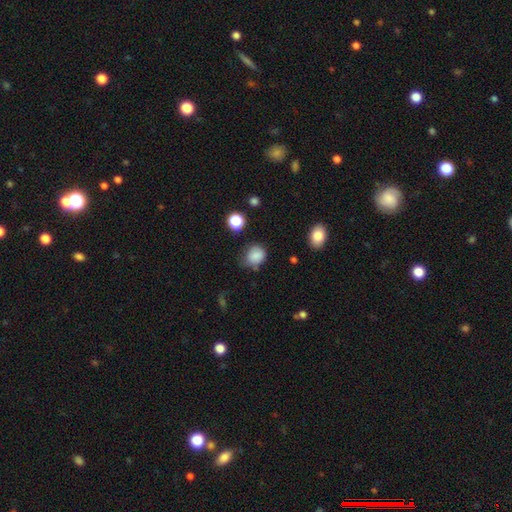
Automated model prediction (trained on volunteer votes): Morphology: type=smooth (84%); roundness=round (64%); merging=none (60%).